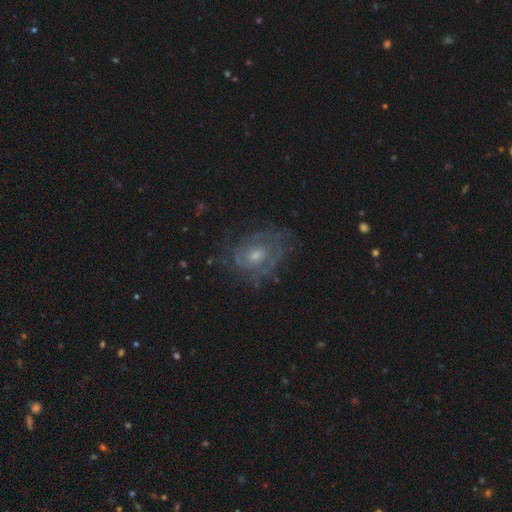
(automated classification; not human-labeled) A featured or disk galaxy (76%) with no bar (74%), tight (56%) spiral arms (85%) and a moderate central bulge (51%). Merging: none (67%).